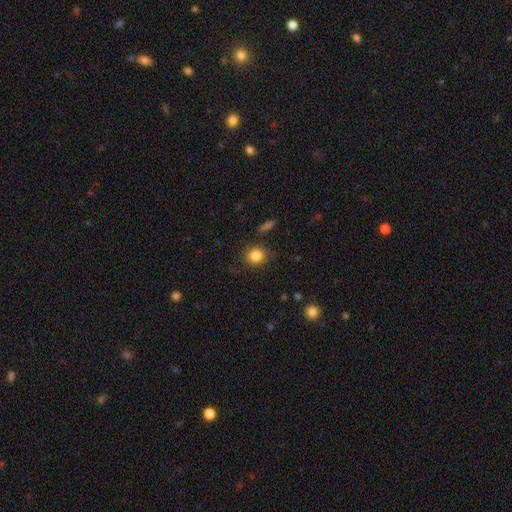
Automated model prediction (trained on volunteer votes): Smooth or featured? smooth (83%)
How rounded? round (79%)
Merging? none (84%)